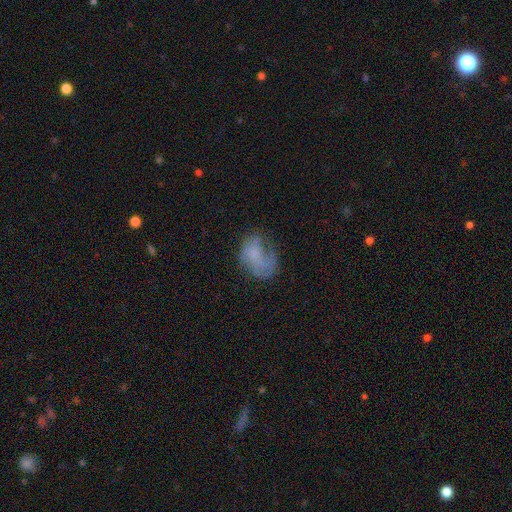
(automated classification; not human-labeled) This is possibly a smooth galaxy (51%). How rounded: likely in between (73%). Merging: marginally none (39%).